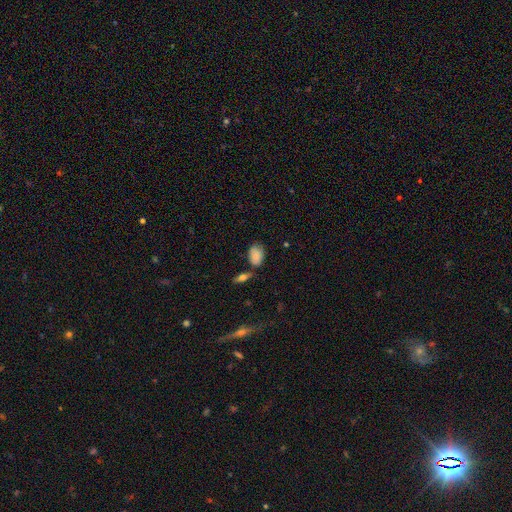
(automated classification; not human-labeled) Morphology: type=smooth (82%); roundness=in between (84%); merging=none (61%).